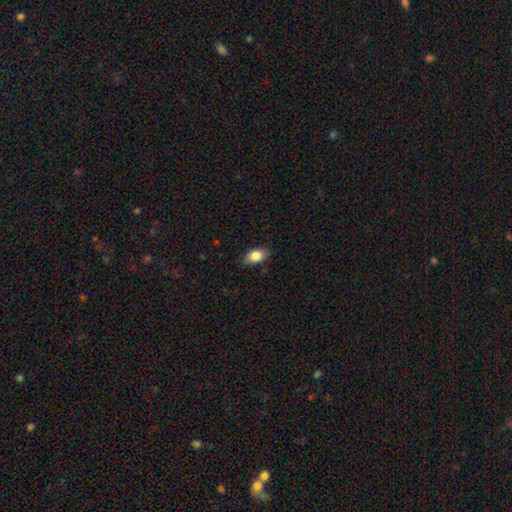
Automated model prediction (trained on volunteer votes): Q: Smooth or featured?
A: smooth (83%); runner-up: featured or disk (9%)
Q: How rounded?
A: in between (90%); runner-up: round (6%)
Q: Merging?
A: none (85%); runner-up: minor disturbance (12%)